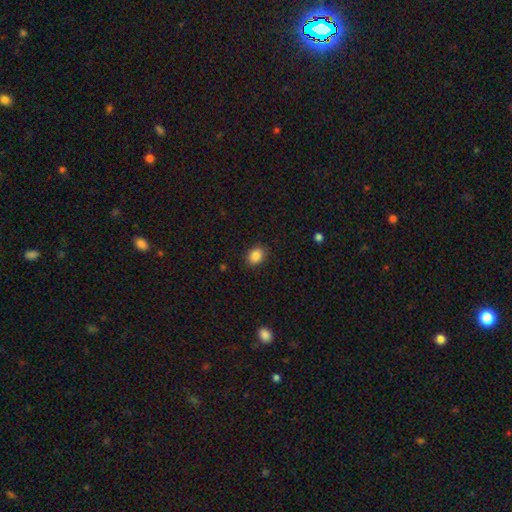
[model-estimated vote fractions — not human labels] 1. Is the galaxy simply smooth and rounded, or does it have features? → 87% smooth, 9% star or artifact, 4% featured or disk.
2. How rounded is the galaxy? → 62% in between, 37% round, 1% cigar-shaped.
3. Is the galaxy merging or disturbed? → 88% none, 9% minor disturbance, 2% major disturbance, 1% merger.